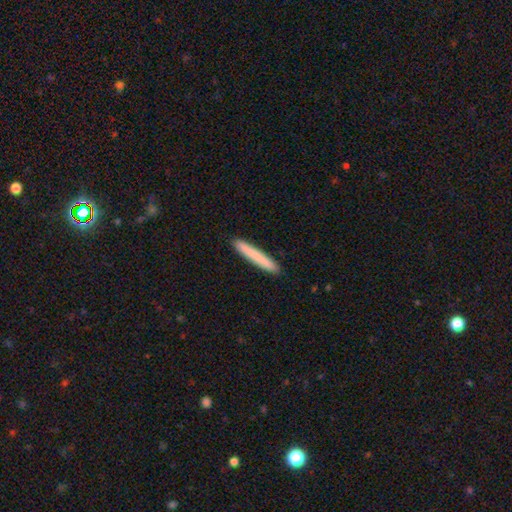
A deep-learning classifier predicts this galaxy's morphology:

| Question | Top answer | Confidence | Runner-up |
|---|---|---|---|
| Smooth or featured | smooth | 79% | featured or disk (16%) |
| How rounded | cigar-shaped | 96% | in between (3%) |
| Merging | none | 92% | minor disturbance (5%) |